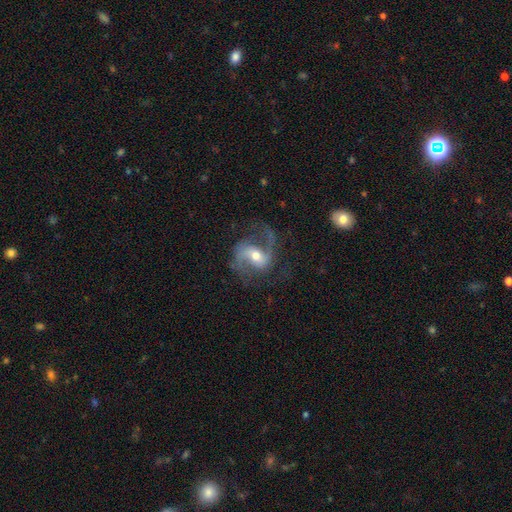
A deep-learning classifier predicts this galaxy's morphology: A featured or disk galaxy (88%) with a weak bar (44%), 2 (89%) medium (47%) spiral arms (97%) and a moderate central bulge (65%).

Vote fractions:
- Smooth or featured? featured or disk: 88% / smooth: 6% / star or artifact: 6%
- Edge-on disk? no: 97% / yes: 3%
- Bar? weak: 44% / strong: 30% / no: 27%
- Spiral arms? yes: 97% / no: 3%
- Spiral winding? medium: 47% / loose: 44% / tight: 10%
- Spiral arm count? 2: 89% / 1: 4% / can't tell: 3% / 3: 2% / 4: 1% / more than 4: 1%
- Bulge size? moderate: 65% / small: 27% / large: 5% / none: 1% / dominant: 1%
- Merging? none: 67% / minor disturbance: 17% / major disturbance: 14% / merger: 2%